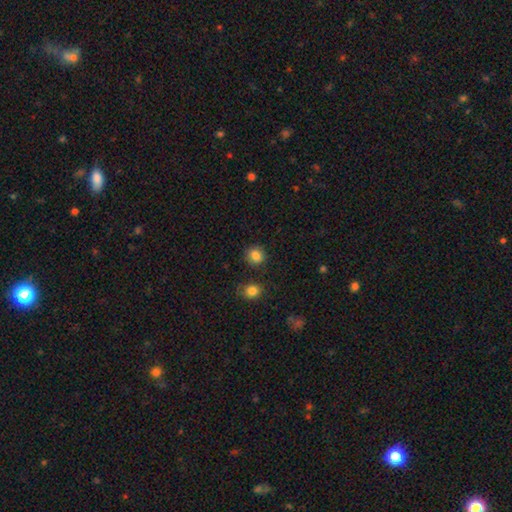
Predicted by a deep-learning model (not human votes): smooth_or_featured: smooth (p=0.85) [alt: star or artifact p=0.10]
how_rounded: round (p=0.80) [alt: in between p=0.19]
merging: none (p=0.86) [alt: minor disturbance p=0.08]